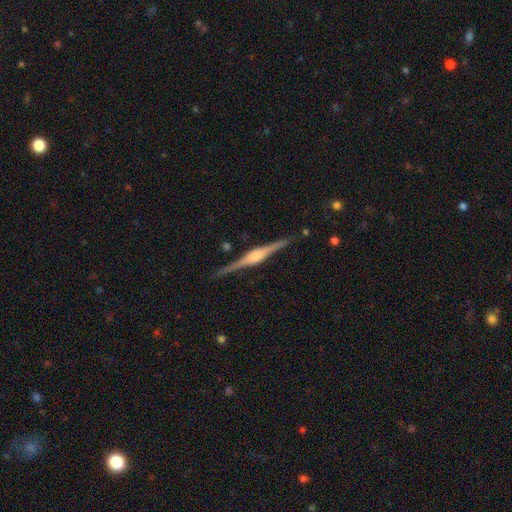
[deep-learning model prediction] featured or disk 89%, smooth 6%, star or artifact 5%. Down the decision tree: edge-on disk — yes (99%); edge-on bulge — rounded (76%); merging — none (91%).